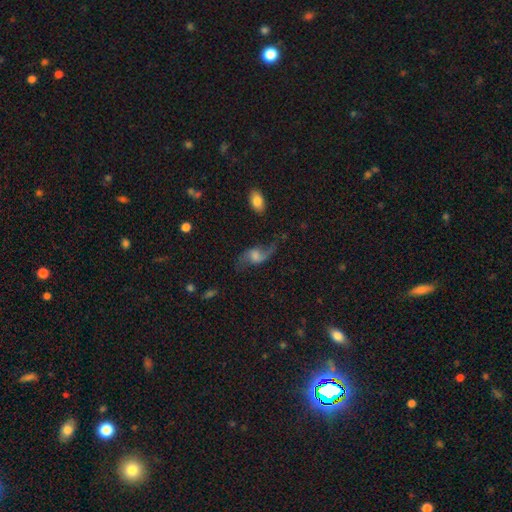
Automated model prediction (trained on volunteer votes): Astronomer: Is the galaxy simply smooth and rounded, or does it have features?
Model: featured or disk — 69%.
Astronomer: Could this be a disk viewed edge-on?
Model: no — 93%.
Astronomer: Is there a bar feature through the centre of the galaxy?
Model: no — 51% (runner-up: weak, 40%).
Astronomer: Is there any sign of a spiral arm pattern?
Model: yes — 91%.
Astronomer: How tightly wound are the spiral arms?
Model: loose — 84%.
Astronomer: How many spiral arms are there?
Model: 2 — 86%.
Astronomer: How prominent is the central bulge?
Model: moderate — 36% (runner-up: small, 25%).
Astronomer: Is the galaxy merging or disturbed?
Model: none — 58%.